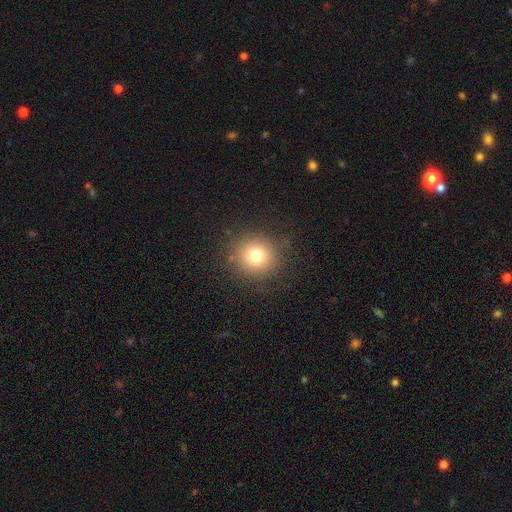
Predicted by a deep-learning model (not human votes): smooth 76%, star or artifact 14%, featured or disk 10%. Down the decision tree: how rounded — round (92%); merging — none (86%).